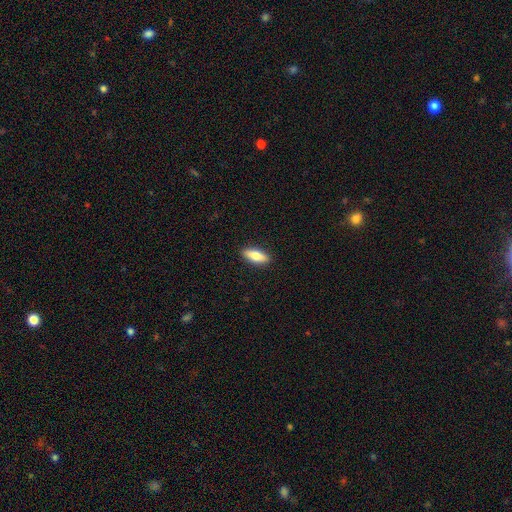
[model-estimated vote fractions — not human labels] Smooth or featured?
  - smooth: 72% *
  - featured or disk: 22%
  - star or artifact: 6%
How rounded?
  - in between: 64% *
  - cigar-shaped: 33%
  - round: 3%
Merging?
  - none: 90% *
  - minor disturbance: 7%
  - major disturbance: 2%
  - merger: 1%